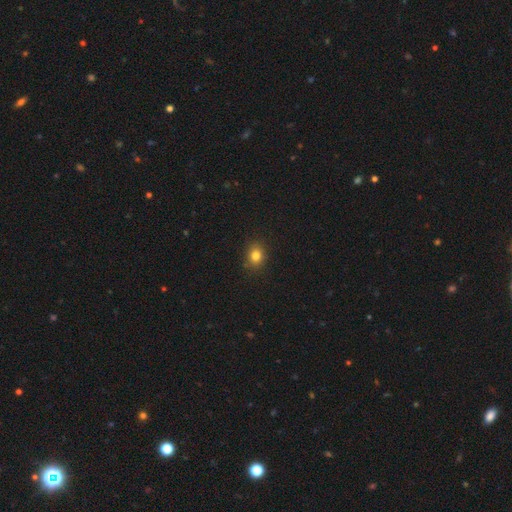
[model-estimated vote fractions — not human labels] Smooth or featured? Predicted: smooth (p=0.81). How rounded? Predicted: round (p=0.59). Merging? Predicted: none (p=0.87).